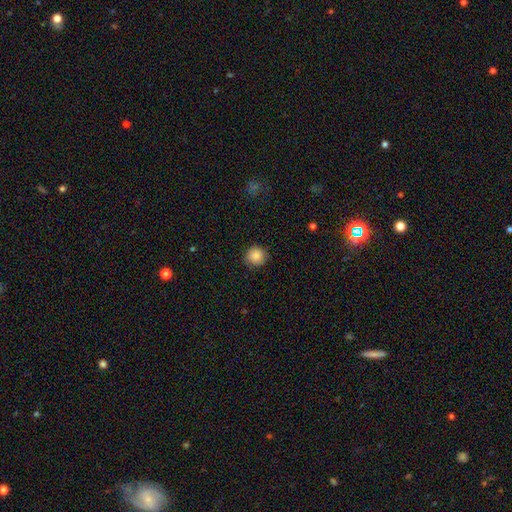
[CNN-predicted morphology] type=smooth (87%); roundness=round (90%); merging=none (85%).